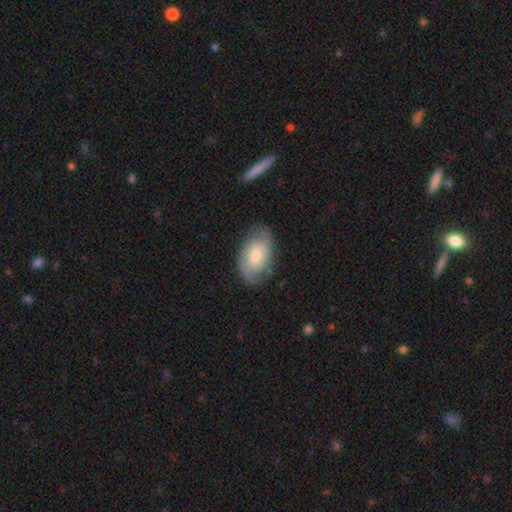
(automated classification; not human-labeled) A featured or disk galaxy (57%) with no bar (69%), spiral arms (84%) and a moderate central bulge (49%). Merging: none (73%).